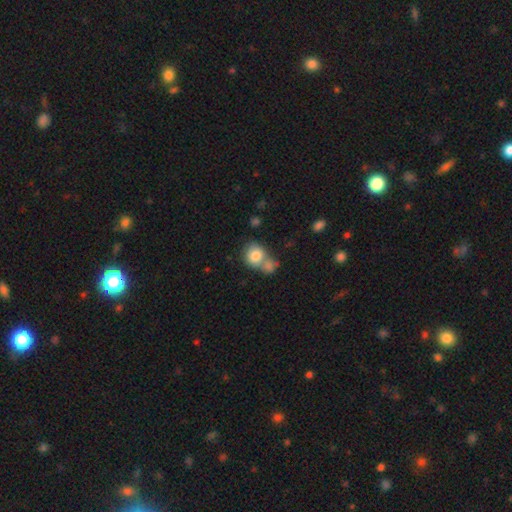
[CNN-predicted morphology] A smooth galaxy with no disk features (80%) that is round (69%).

Vote fractions:
- Smooth or featured? smooth: 80% / featured or disk: 11% / star or artifact: 8%
- How rounded? round: 69% / in between: 30% / cigar-shaped: 1%
- Merging? merger: 49% / none: 36% / minor disturbance: 10% / major disturbance: 4%